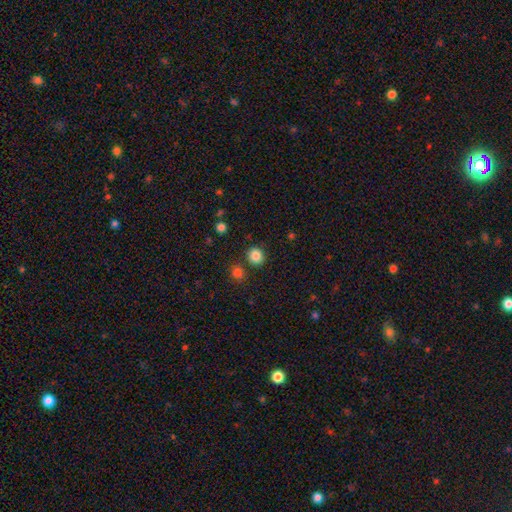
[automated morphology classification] Smooth or featured?
  - smooth: 84% *
  - star or artifact: 11%
  - featured or disk: 4%
How rounded?
  - round: 88% *
  - in between: 12%
  - cigar-shaped: 1%
Merging?
  - none: 86% *
  - minor disturbance: 7%
  - merger: 5%
  - major disturbance: 2%